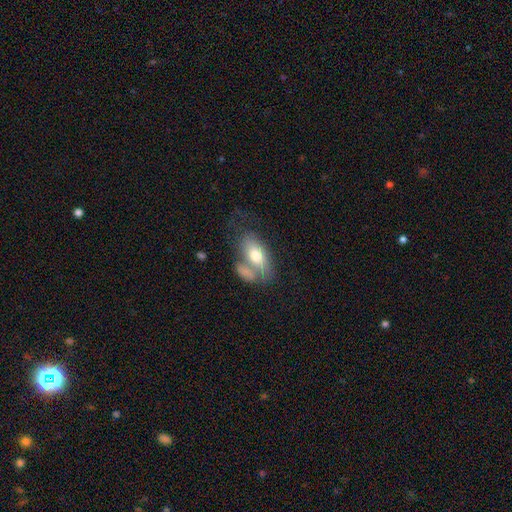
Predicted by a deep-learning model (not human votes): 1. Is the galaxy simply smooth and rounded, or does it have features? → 67% smooth, 26% featured or disk, 6% star or artifact.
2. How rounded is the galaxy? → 89% in between, 6% cigar-shaped, 5% round.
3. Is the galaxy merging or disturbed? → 37% merger, 33% none, 17% minor disturbance, 13% major disturbance.